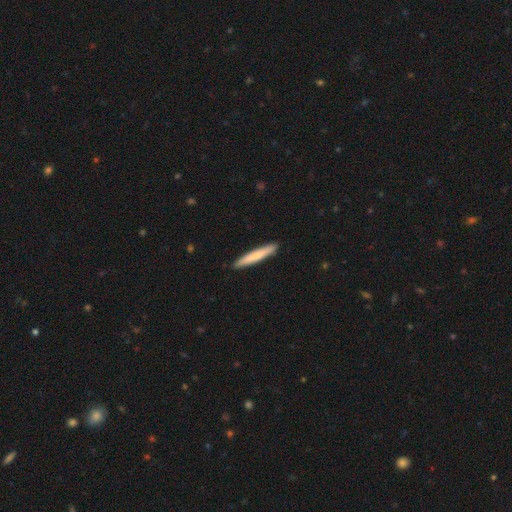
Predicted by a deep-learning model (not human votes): smooth-or-featured: smooth: 75% | featured or disk: 20% | star or artifact: 5%
  how-rounded: cigar-shaped: 95% | in between: 4% | round: 1%
  merging: none: 91% | minor disturbance: 7% | major disturbance: 1% | merger: 1%